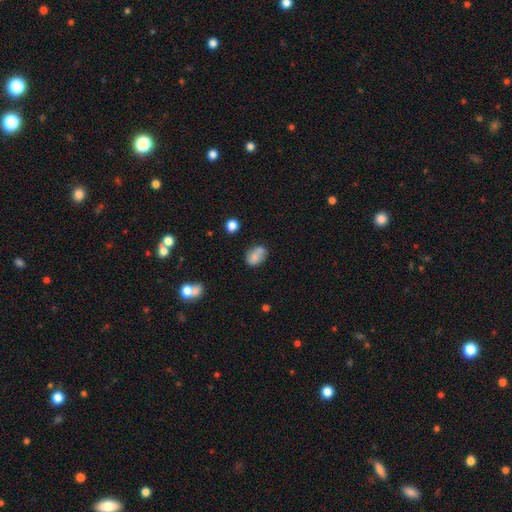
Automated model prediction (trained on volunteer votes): A smooth galaxy with no disk features (73%) that is in between round and cigar-shaped (78%). Merging: none (52%).